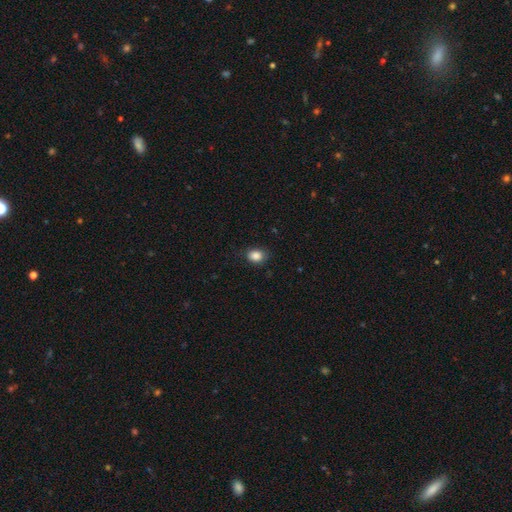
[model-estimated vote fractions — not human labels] This appears to be a smooth galaxy with no disk features (87%) that is in between round and cigar-shaped (59%). Merging: none (80%).